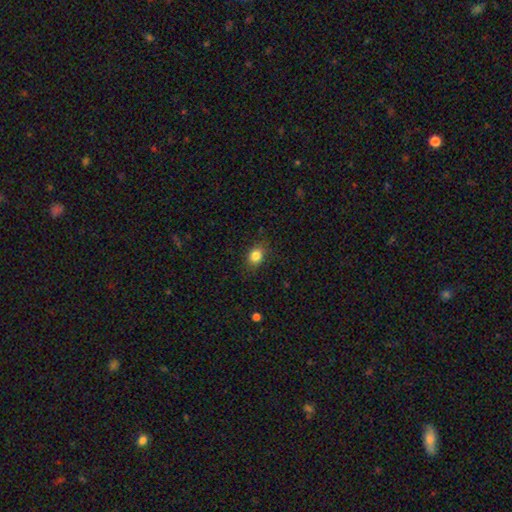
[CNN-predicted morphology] Smooth or featured?
  - smooth: 84% *
  - star or artifact: 10%
  - featured or disk: 6%
How rounded?
  - in between: 52% *
  - round: 47%
  - cigar-shaped: 1%
Merging?
  - none: 83% *
  - minor disturbance: 13%
  - major disturbance: 4%
  - merger: 1%